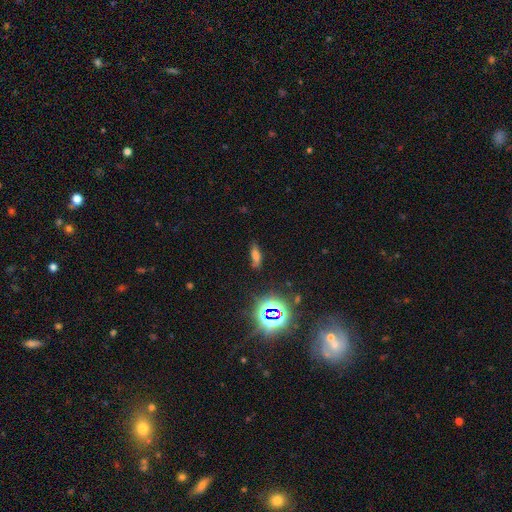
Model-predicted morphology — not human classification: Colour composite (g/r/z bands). It shows a smooth galaxy with no disk features (62%) that is in between round and cigar-shaped (52%). Merging: none (71%).